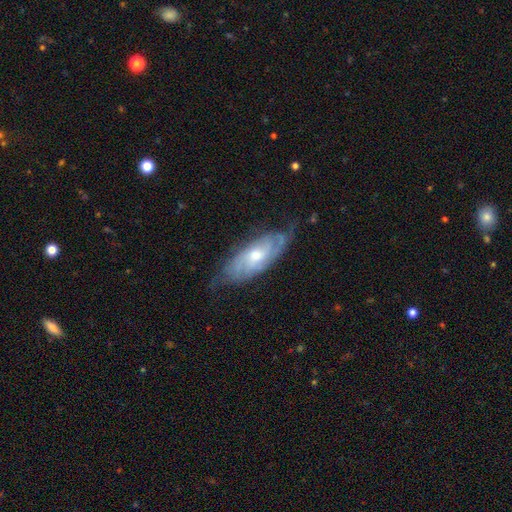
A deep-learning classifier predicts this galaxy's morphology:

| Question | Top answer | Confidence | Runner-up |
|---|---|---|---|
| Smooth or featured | featured or disk | 76% | smooth (19%) |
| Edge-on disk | no | 86% | yes (14%) |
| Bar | no | 67% | weak (28%) |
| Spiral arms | yes | 91% | no (9%) |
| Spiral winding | tight | 57% | medium (33%) |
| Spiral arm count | can't tell | 44% | 2 (30%) |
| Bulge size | moderate | 58% | small (36%) |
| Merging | none | 65% | minor disturbance (26%) |